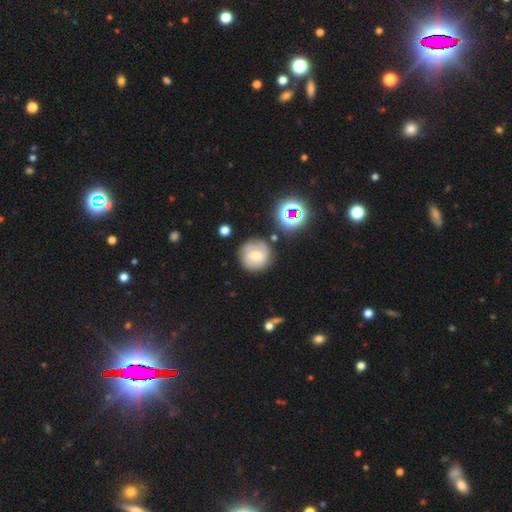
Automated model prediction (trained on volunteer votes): Smooth or featured: smooth — 52% (featured or disk — 36%)
How rounded: round — 94% (in between — 5%)
Merging: none — 78% (minor disturbance — 14%)